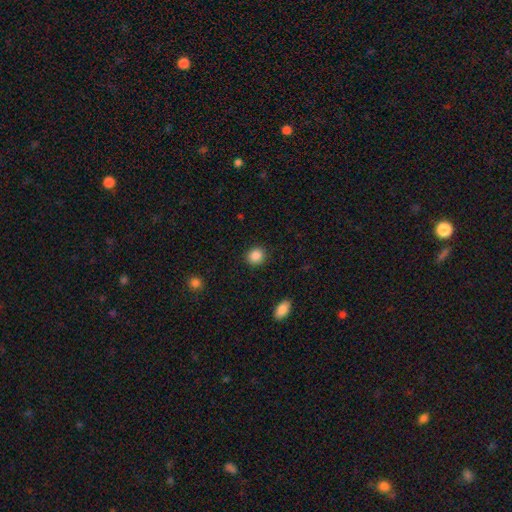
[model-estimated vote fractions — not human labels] Smooth or featured? smooth (88%)
How rounded? round (82%)
Merging? none (90%)